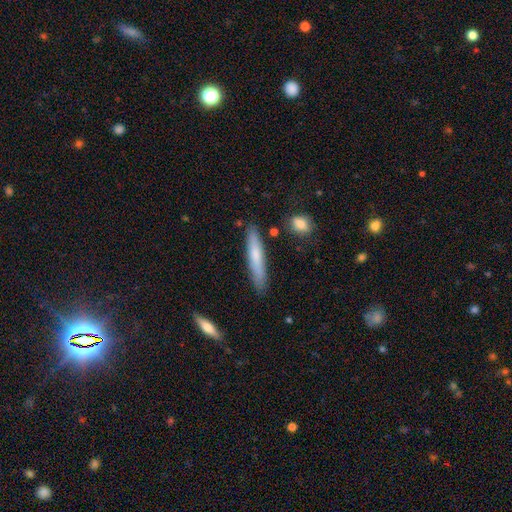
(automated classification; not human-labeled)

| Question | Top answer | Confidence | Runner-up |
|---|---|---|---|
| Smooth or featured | smooth | 66% | featured or disk (28%) |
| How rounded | cigar-shaped | 91% | in between (7%) |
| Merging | none | 83% | minor disturbance (12%) |